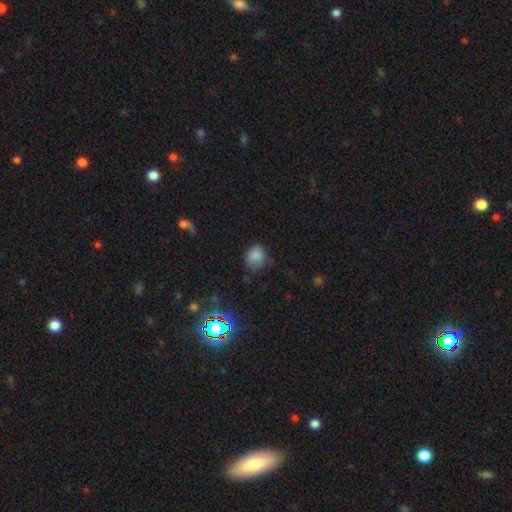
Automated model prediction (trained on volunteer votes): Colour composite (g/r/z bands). It shows a smooth galaxy with no disk features (80%) that is round (65%). Merging: none (64%).